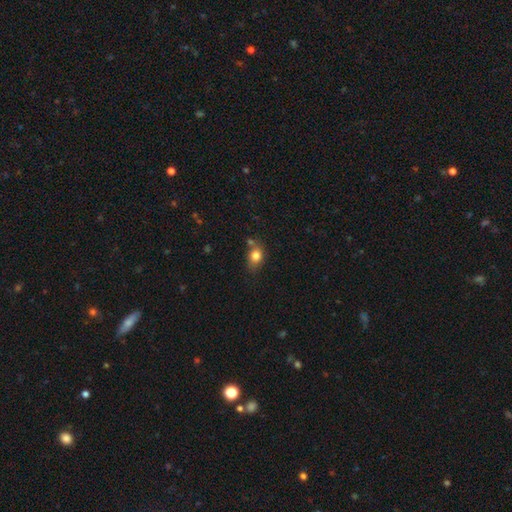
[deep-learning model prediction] Smooth or featured: smooth — 81% (star or artifact — 10%)
How rounded: in between — 55% (round — 43%)
Merging: none — 61% (minor disturbance — 20%)